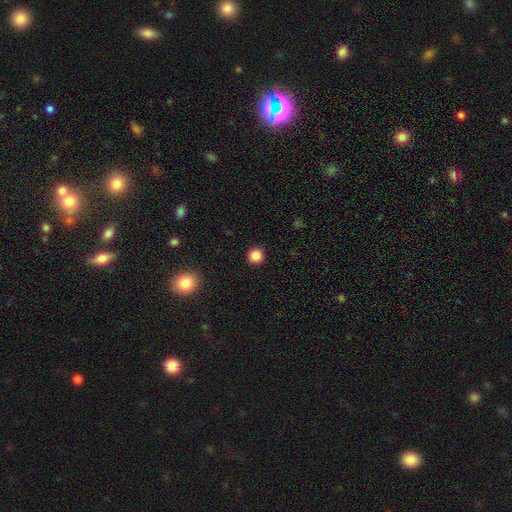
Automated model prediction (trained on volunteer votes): smooth_or_featured: smooth (p=0.86) [alt: star or artifact p=0.11]
how_rounded: round (p=0.95) [alt: in between p=0.04]
merging: none (p=0.93) [alt: minor disturbance p=0.04]